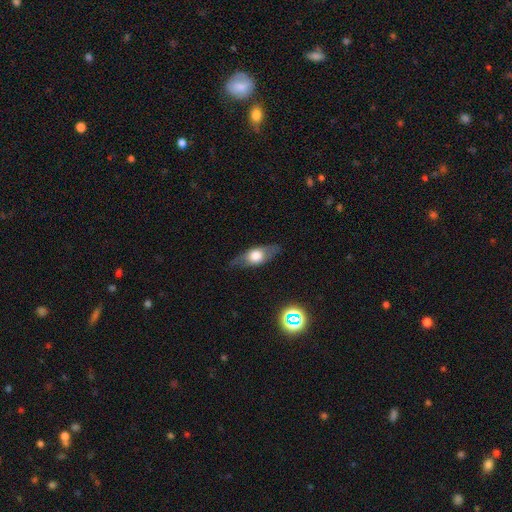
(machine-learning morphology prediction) smooth_or_featured: featured or disk (p=0.47) [alt: smooth p=0.45]
merging: none (p=0.75) [alt: minor disturbance p=0.18]